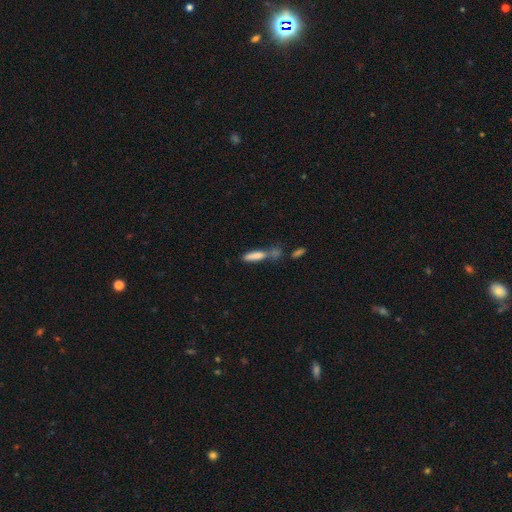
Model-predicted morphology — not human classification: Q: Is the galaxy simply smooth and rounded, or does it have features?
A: smooth — 77%.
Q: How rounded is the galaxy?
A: cigar-shaped — 73%.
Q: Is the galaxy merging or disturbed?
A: merger — 43%.